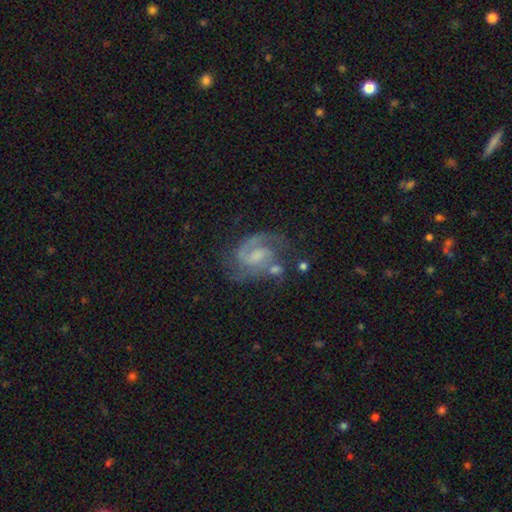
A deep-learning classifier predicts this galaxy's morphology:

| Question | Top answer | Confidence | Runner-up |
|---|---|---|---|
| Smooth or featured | featured or disk | 86% | smooth (8%) |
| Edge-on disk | no | 98% | yes (2%) |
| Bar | weak | 56% | no (29%) |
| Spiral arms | yes | 96% | no (4%) |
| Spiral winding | medium | 55% | tight (31%) |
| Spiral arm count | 2 | 78% | 1 (7%) |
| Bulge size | small | 44% | moderate (31%) |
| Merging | none | 58% | minor disturbance (20%) |